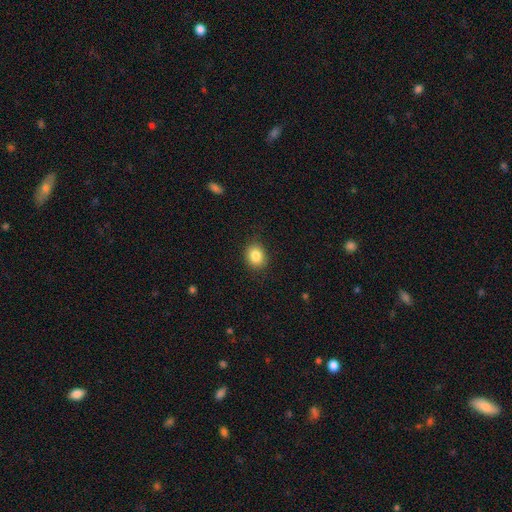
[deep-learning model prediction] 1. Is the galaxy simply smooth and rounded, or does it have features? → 85% smooth, 9% star or artifact, 6% featured or disk.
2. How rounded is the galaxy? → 60% round, 39% in between, 1% cigar-shaped.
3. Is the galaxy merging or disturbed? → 87% none, 9% minor disturbance, 2% major disturbance, 1% merger.